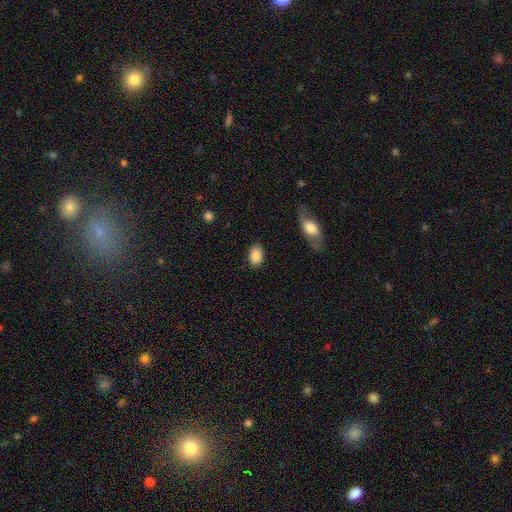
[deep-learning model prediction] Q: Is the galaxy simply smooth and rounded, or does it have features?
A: smooth — 88%.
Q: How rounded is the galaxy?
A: in between — 85%.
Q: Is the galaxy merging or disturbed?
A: none — 85%.